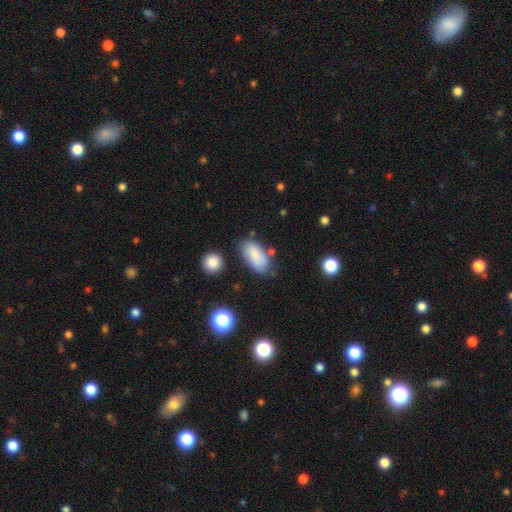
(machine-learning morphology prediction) type=smooth (83%); roundness=in between (92%); merging=none (68%).